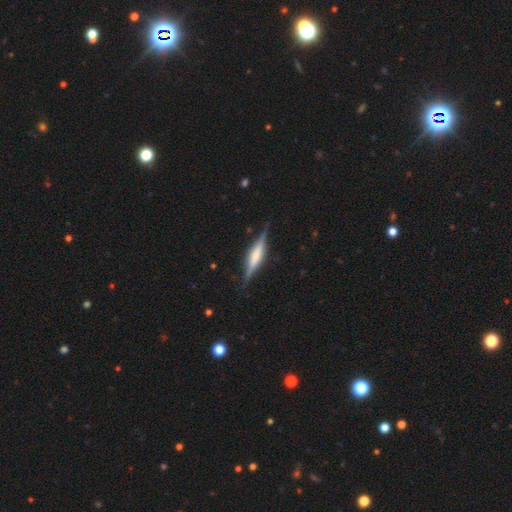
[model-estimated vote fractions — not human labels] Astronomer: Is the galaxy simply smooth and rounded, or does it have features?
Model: featured or disk — 69%.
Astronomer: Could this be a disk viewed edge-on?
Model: yes — 97%.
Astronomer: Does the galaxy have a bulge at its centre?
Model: boxy — 45% (runner-up: rounded, 42%).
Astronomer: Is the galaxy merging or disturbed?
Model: none — 84%.